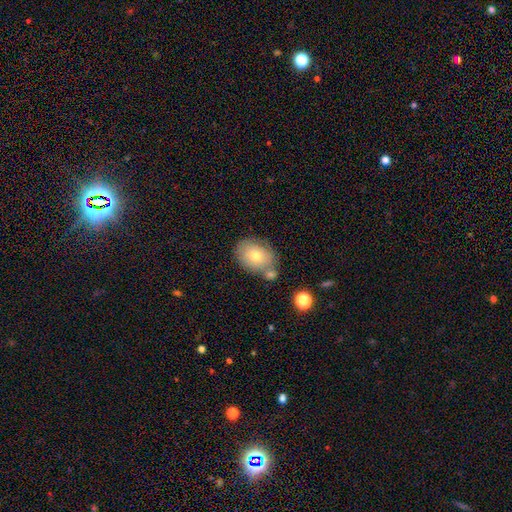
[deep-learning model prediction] Q: Smooth or featured?
A: smooth (72%); runner-up: featured or disk (20%)
Q: How rounded?
A: in between (70%); runner-up: round (29%)
Q: Merging?
A: none (63%); runner-up: merger (17%)